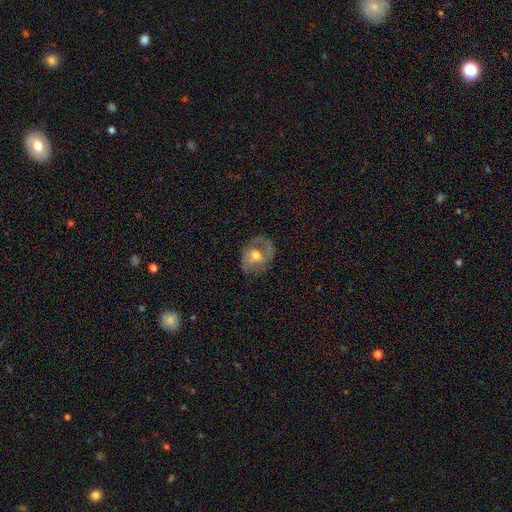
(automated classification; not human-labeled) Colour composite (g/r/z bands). It shows a featured or disk galaxy (68%) with no bar (48%), spiral arms (75%) and a moderate central bulge (70%). Merging: none (60%).